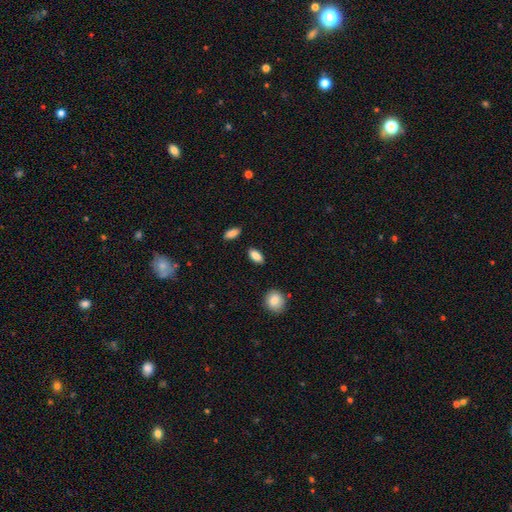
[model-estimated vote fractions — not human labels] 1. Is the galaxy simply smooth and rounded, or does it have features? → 88% smooth, 7% star or artifact, 5% featured or disk.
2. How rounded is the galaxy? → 88% in between, 8% cigar-shaped, 4% round.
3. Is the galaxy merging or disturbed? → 88% none, 8% minor disturbance, 2% major disturbance, 2% merger.